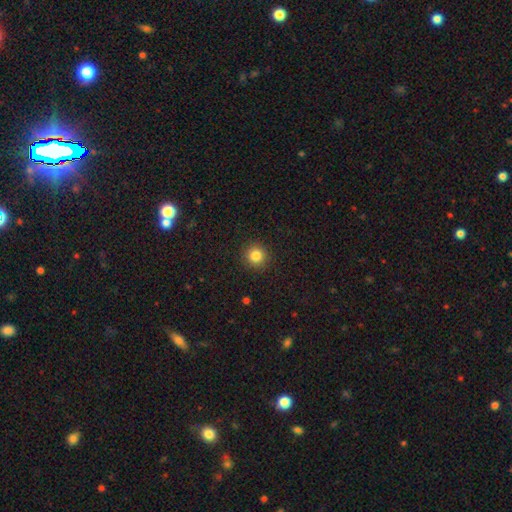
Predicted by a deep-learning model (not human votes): Smooth or featured? Predicted: smooth (p=0.84). How rounded? Predicted: round (p=0.94). Merging? Predicted: none (p=0.92).